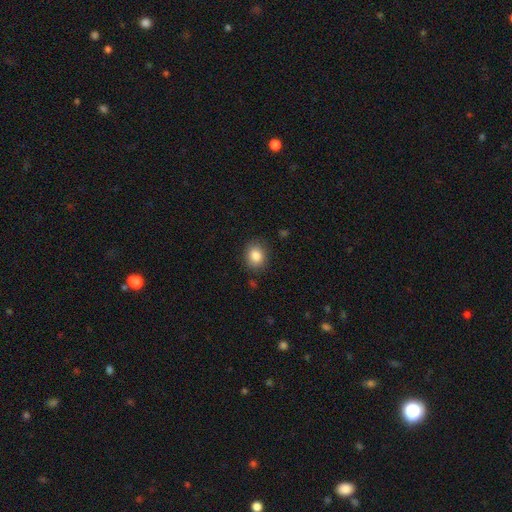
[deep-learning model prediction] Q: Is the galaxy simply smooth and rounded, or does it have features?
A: smooth — 85%.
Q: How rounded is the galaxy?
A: round — 57%.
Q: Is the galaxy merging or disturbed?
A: none — 85%.